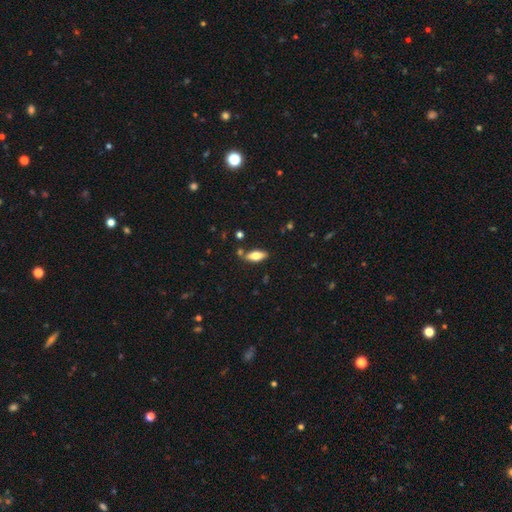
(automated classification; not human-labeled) smooth_or_featured: smooth (p=0.67) [alt: featured or disk p=0.26]
how_rounded: in between (p=0.76) [alt: cigar-shaped p=0.21]
merging: none (p=0.78) [alt: minor disturbance p=0.13]